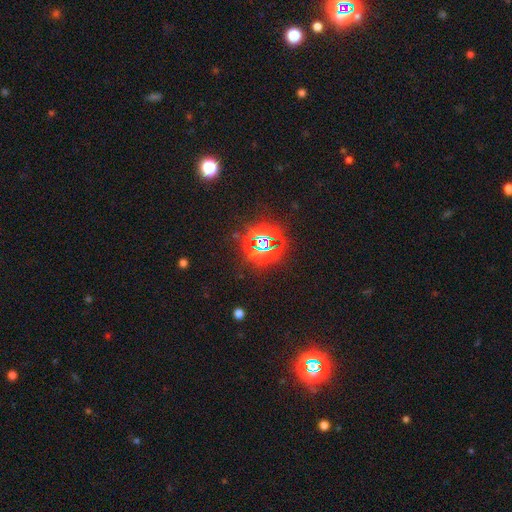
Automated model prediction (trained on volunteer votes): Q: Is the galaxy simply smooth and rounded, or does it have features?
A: star or artifact — 81%.